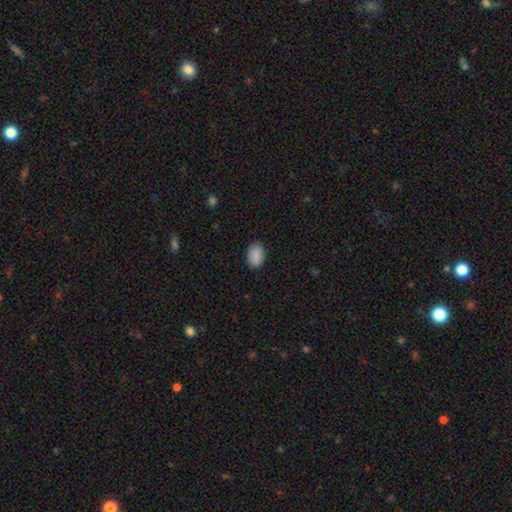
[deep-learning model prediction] smooth-or-featured: smooth: 89% | star or artifact: 7% | featured or disk: 4%
  how-rounded: in between: 89% | round: 9% | cigar-shaped: 1%
  merging: none: 87% | minor disturbance: 10% | major disturbance: 2% | merger: 1%